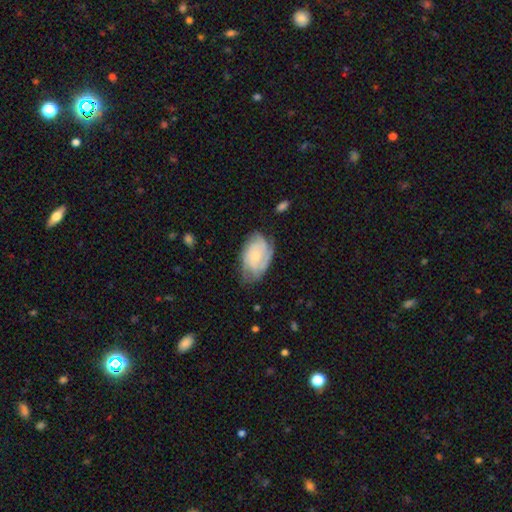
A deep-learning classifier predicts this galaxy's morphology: smooth_or_featured: featured or disk (p=0.68) [alt: smooth p=0.25]
disk_edge_on: no (p=0.97) [alt: yes p=0.03]
bar: no (p=0.76) [alt: weak p=0.20]
has_spiral_arms: yes (p=0.90) [alt: no p=0.10]
spiral_winding: tight (p=0.58) [alt: medium p=0.32]
spiral_arm_count: can't tell (p=0.38) [alt: 2 p=0.23]
bulge_size: small (p=0.66) [alt: moderate p=0.26]
merging: none (p=0.63) [alt: minor disturbance p=0.26]